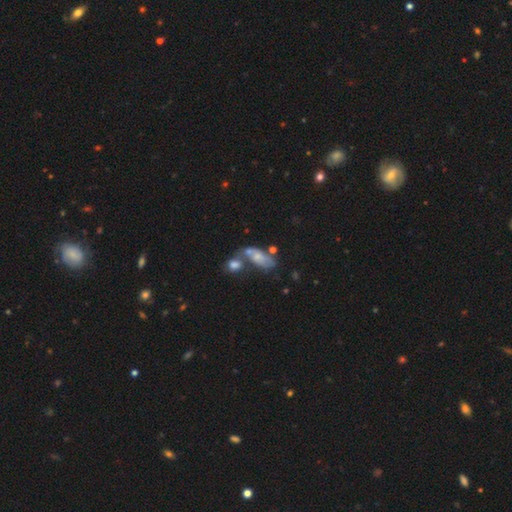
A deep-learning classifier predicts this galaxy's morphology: smooth_or_featured: smooth (p=0.44) [alt: featured or disk p=0.39]
merging: merger (p=0.41) [alt: none p=0.33]